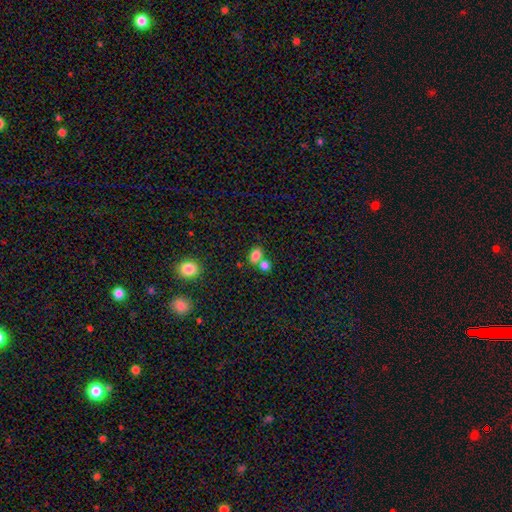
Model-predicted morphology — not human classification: Smooth or featured? Predicted: smooth (p=0.82). How rounded? Predicted: in between (p=0.72). Merging? Predicted: none (p=0.49).